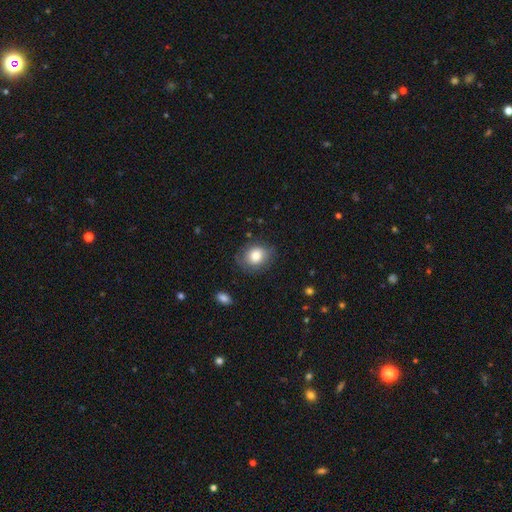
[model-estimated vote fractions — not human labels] smooth 80%, featured or disk 12%, star or artifact 8%. Down the decision tree: how rounded — round (58%); merging — none (74%).